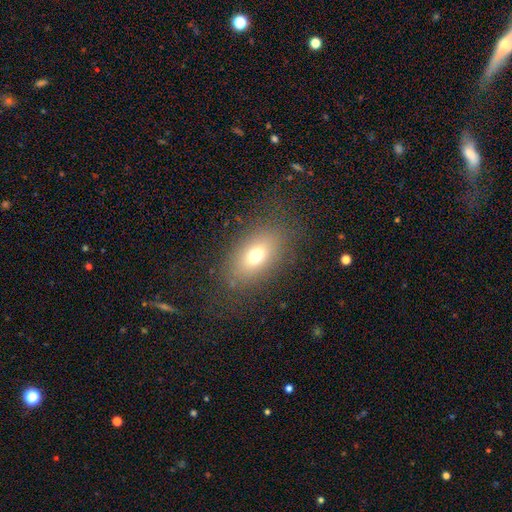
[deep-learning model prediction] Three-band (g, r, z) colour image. It shows a smooth galaxy with no disk features (69%) that is in between round and cigar-shaped (82%). Merging: none (80%).